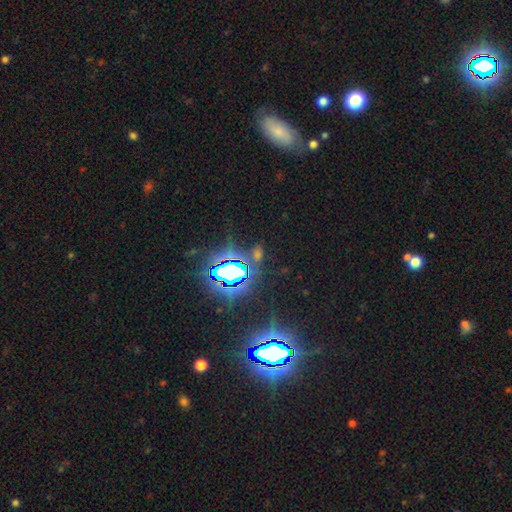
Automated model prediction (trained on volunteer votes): This appears to be a star or artifact, not a galaxy (76%).